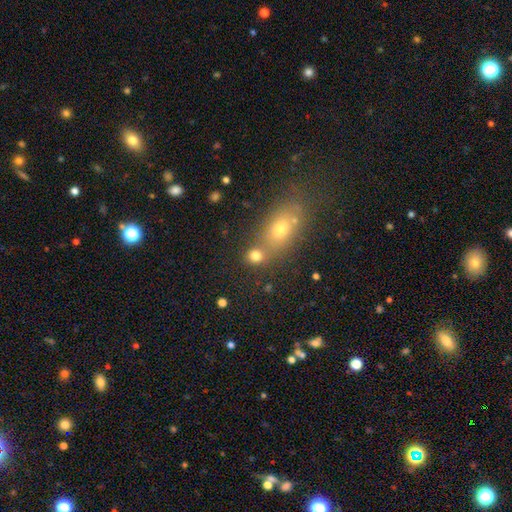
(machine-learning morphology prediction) Smooth or featured? smooth (78%)
How rounded? round (71%)
Merging? none (57%)